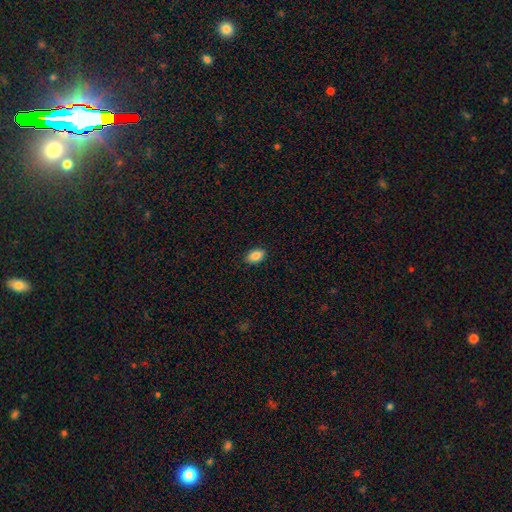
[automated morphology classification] A smooth galaxy with no disk features (87%) that is in between round and cigar-shaped (89%).

Vote fractions:
- Smooth or featured? smooth: 87% / star or artifact: 8% / featured or disk: 6%
- How rounded? in between: 89% / round: 9% / cigar-shaped: 2%
- Merging? none: 88% / minor disturbance: 9% / major disturbance: 2% / merger: 1%